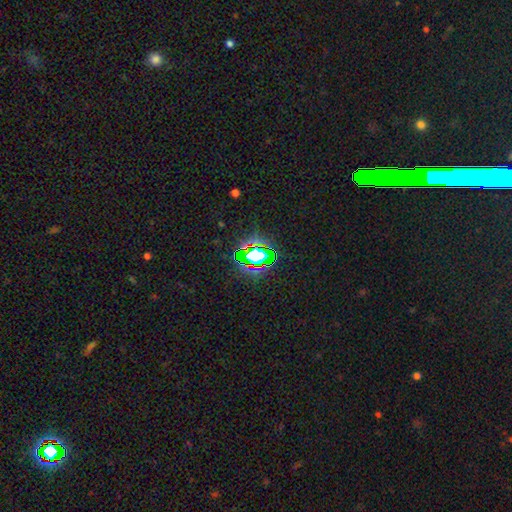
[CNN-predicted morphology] Q: Smooth or featured?
A: star or artifact (68%); runner-up: smooth (20%)